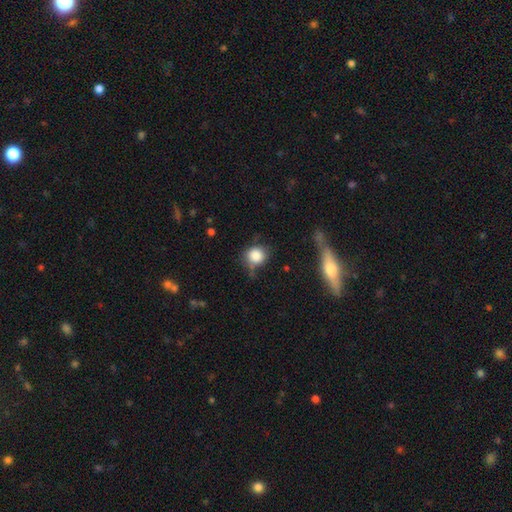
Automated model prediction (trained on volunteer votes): Smooth or featured? Predicted: smooth (p=0.84). How rounded? Predicted: round (p=0.80). Merging? Predicted: none (p=0.59).